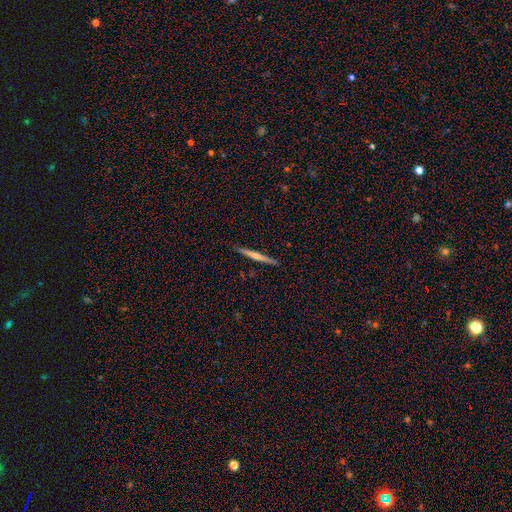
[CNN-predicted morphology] Smooth or featured? featured or disk (64%)
Edge-on disk? yes (98%)
Edge-on bulge? rounded (56%)
Merging? none (92%)